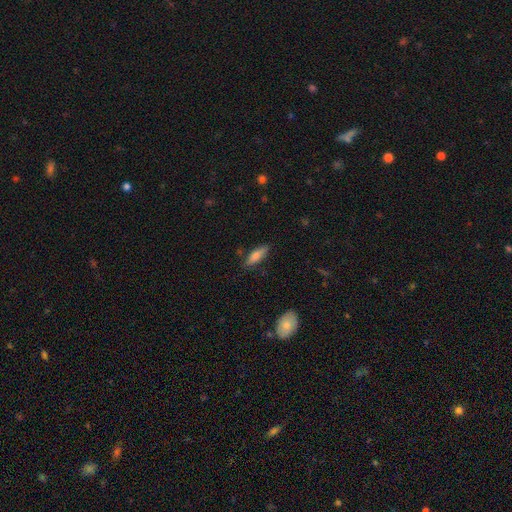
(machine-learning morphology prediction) Smooth or featured? Predicted: smooth (p=0.72). How rounded? Predicted: in between (p=0.49, tied with cigar-shaped). Merging? Predicted: none (p=0.81).